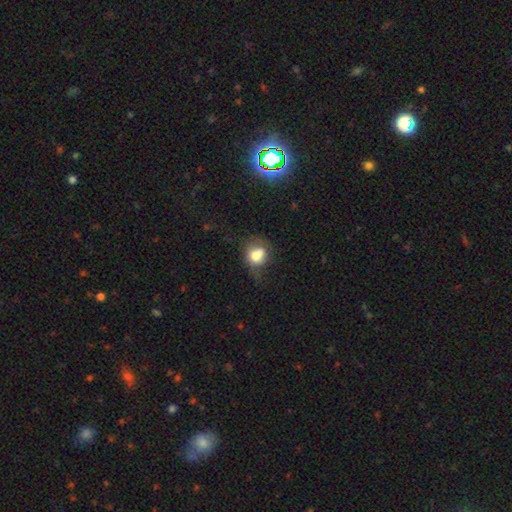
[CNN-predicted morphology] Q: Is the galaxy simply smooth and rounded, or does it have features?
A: smooth — 71%.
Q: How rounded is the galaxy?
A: round — 56%.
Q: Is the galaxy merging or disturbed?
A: none — 35%.